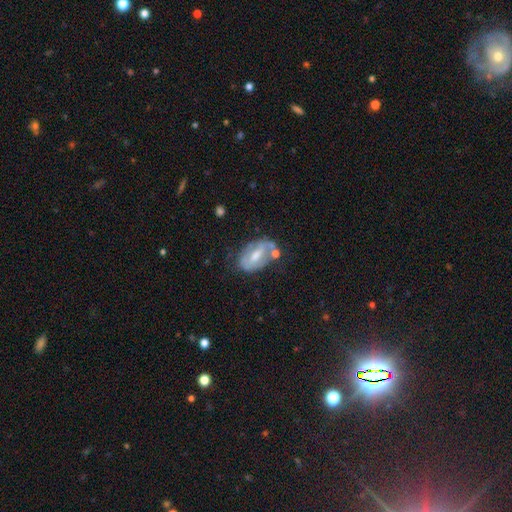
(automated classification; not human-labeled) The model was most divided on "spiral arms": no: 53%, yes: 47%. Remaining: edge-on disk — no (92%); smooth or featured — featured or disk (60%); bulge size — moderate (59%); merging — none (49%); bar — weak (42%).